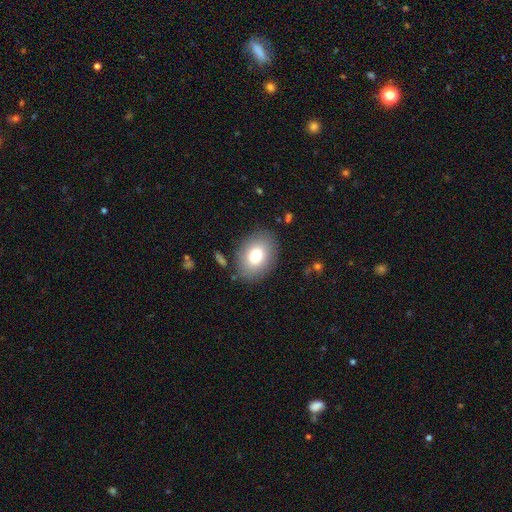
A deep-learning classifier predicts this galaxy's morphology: The model was most divided on "how rounded": in between: 75%, round: 24%, cigar-shaped: 1%. More confident: merging — none (83%); smooth or featured — smooth (79%).